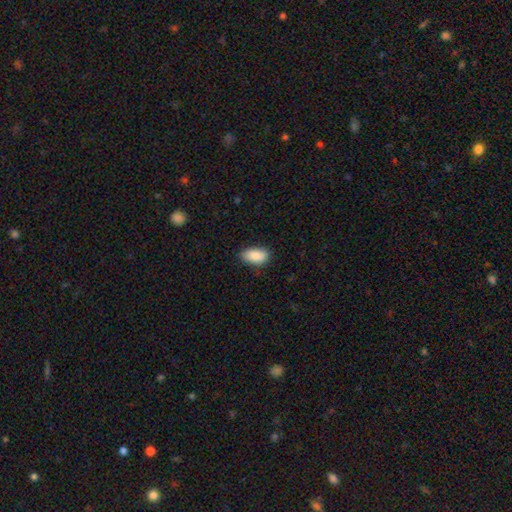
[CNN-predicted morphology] smooth-or-featured: smooth: 89% | star or artifact: 7% | featured or disk: 4%
  how-rounded: in between: 93% | cigar-shaped: 4% | round: 3%
  merging: none: 81% | minor disturbance: 15% | major disturbance: 3% | merger: 1%